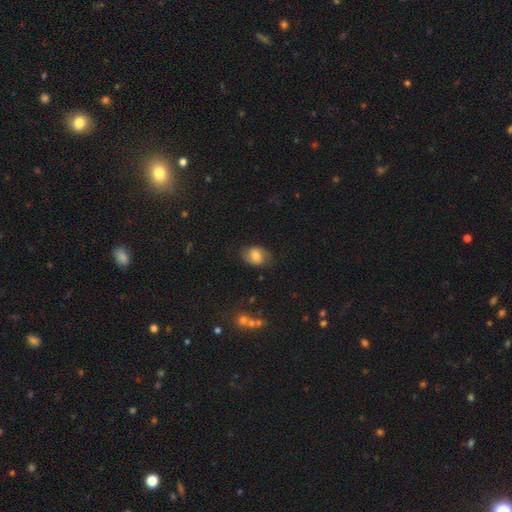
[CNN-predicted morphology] The model was most divided on "how rounded": in between: 67%, round: 32%, cigar-shaped: 1%. More confident: merging — none (74%); smooth or featured — smooth (63%).